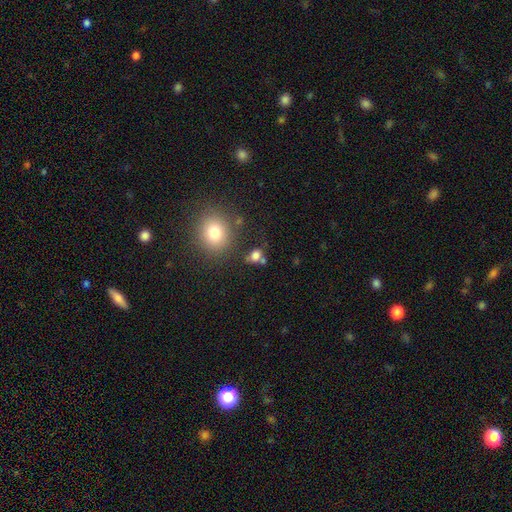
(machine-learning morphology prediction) type=smooth (78%); roundness=in between (57%); merging=none (58%).